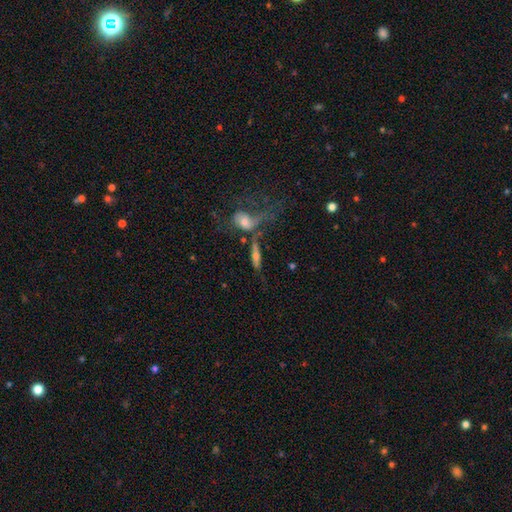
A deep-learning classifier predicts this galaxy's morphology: The model was most divided on "merging": none: 37%, merger: 31%, major disturbance: 16%, minor disturbance: 16%. More confident: edge-on disk — yes (65%); smooth or featured — featured or disk (57%).